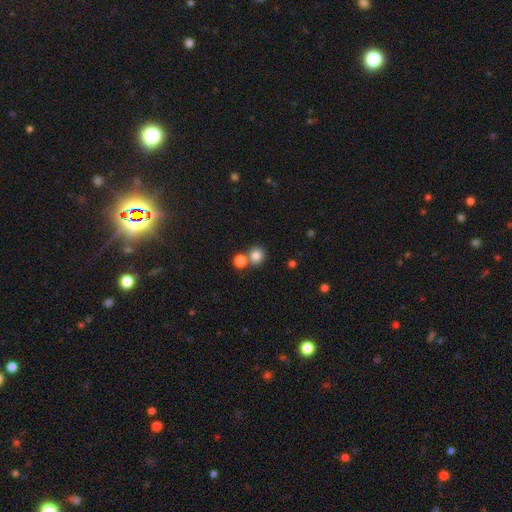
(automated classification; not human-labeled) The model was most divided on "merging": none: 62%, merger: 28%, minor disturbance: 7%, major disturbance: 3%. More confident: how rounded — round (87%); smooth or featured — smooth (82%).